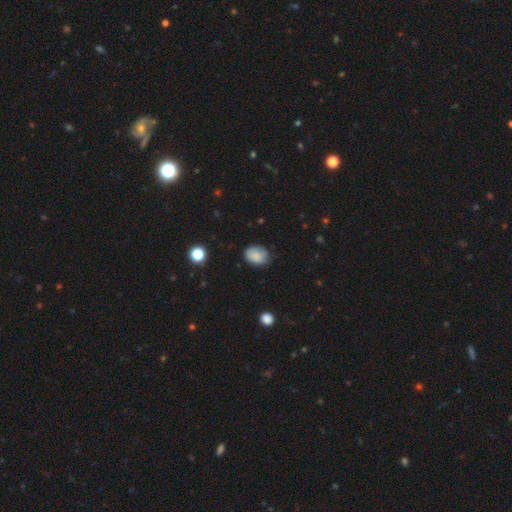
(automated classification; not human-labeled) A smooth galaxy with no disk features (85%) that is in between round and cigar-shaped (69%). Merging: none (74%).